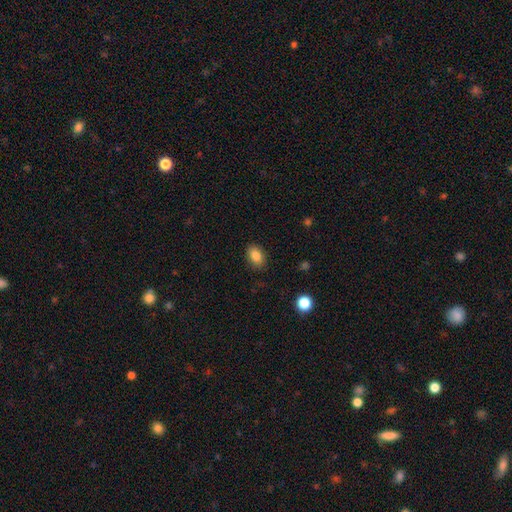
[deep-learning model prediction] This appears to be a smooth galaxy with no disk features (85%) that is in between round and cigar-shaped (83%). Merging: none (87%).